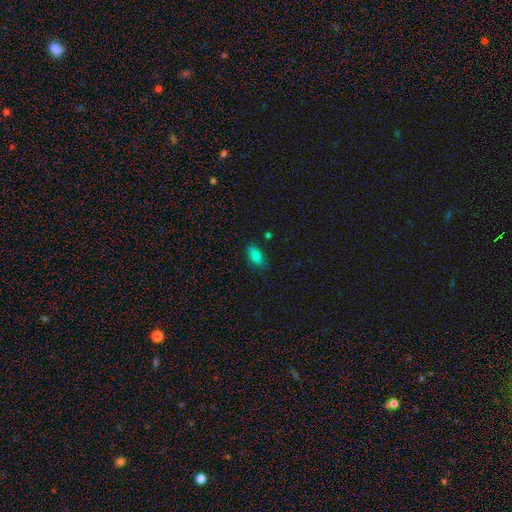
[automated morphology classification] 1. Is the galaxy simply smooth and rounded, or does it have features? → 83% smooth, 10% star or artifact, 6% featured or disk.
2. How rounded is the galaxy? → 89% in between, 6% cigar-shaped, 4% round.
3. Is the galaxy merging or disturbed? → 80% none, 15% minor disturbance, 3% major disturbance, 2% merger.